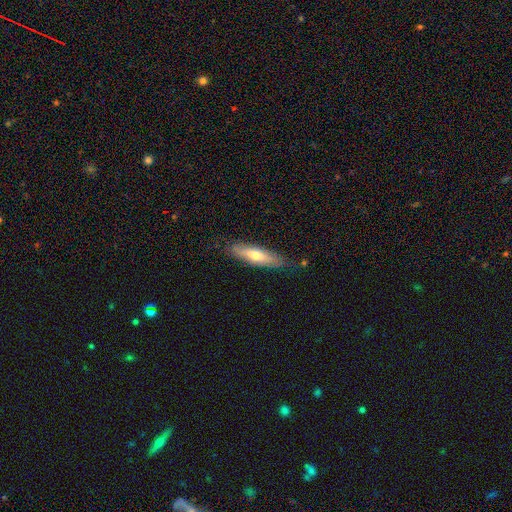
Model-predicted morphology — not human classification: This appears to be a smooth galaxy with no disk features (61%) that is cigar-shaped (60%). Merging: none (81%).